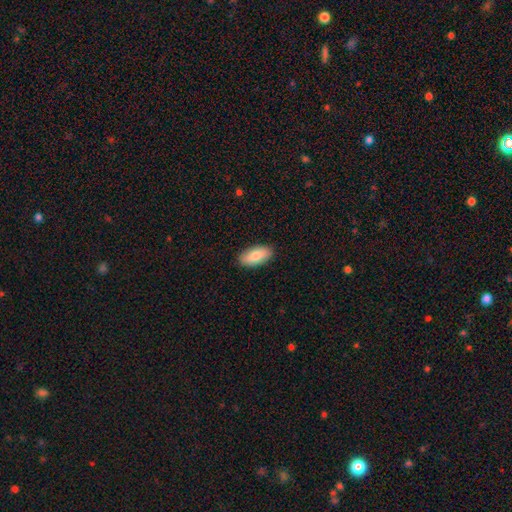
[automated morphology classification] A smooth galaxy with no disk features (83%) that is in between round and cigar-shaped (91%). Merging: none (89%).